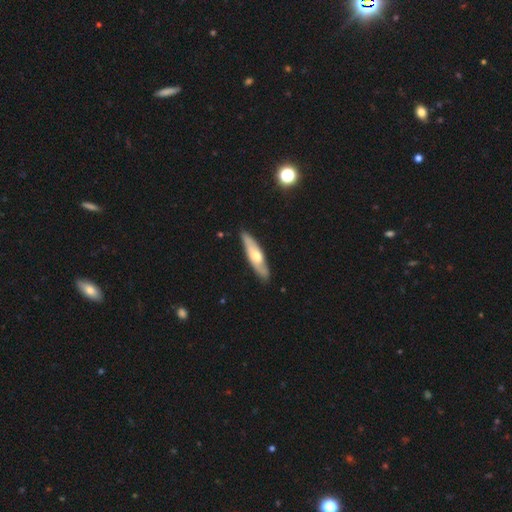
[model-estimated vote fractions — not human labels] smooth-or-featured: featured or disk: 52% | smooth: 43% | star or artifact: 5%
  disk-edge-on: yes: 70% | no: 30%
  merging: none: 87% | minor disturbance: 10% | major disturbance: 2% | merger: 1%